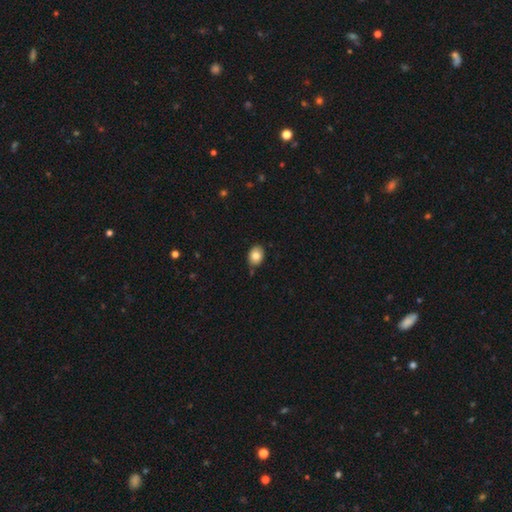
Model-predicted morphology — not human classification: Overall: smooth (83%). How rounded: in between (67%; round 32%). Merging: none (79%).